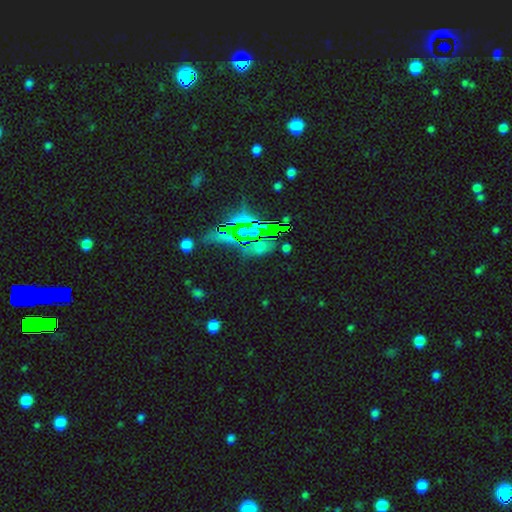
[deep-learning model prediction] Smooth or featured? Predicted: star or artifact (p=0.75).